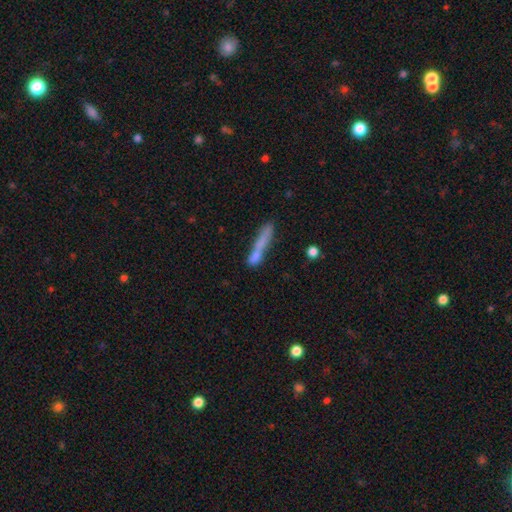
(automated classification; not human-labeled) This is likely a smooth galaxy (67%). How rounded: clearly cigar-shaped (83%). Merging: marginally none (40%).